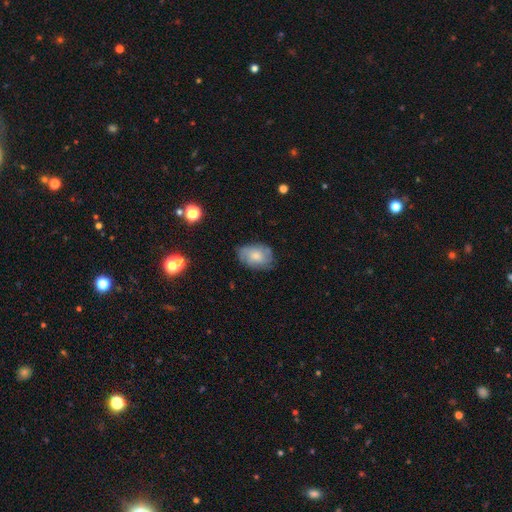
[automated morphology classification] Smooth or featured? Predicted: smooth (p=0.59). How rounded? Predicted: in between (p=0.82). Merging? Predicted: none (p=0.66).